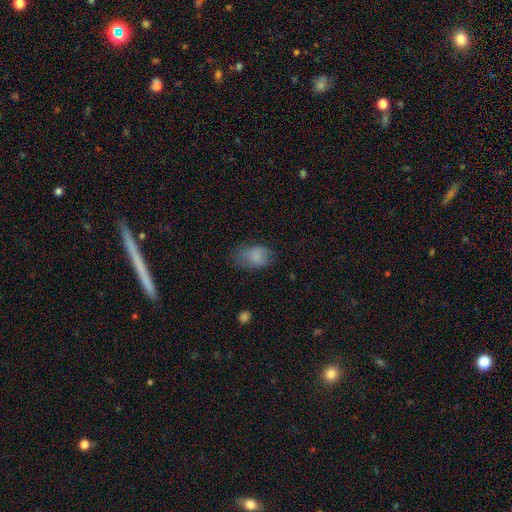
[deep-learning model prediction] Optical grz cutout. It shows a smooth galaxy with no disk features (82%) that is in between round and cigar-shaped (84%). Merging: none (59%).